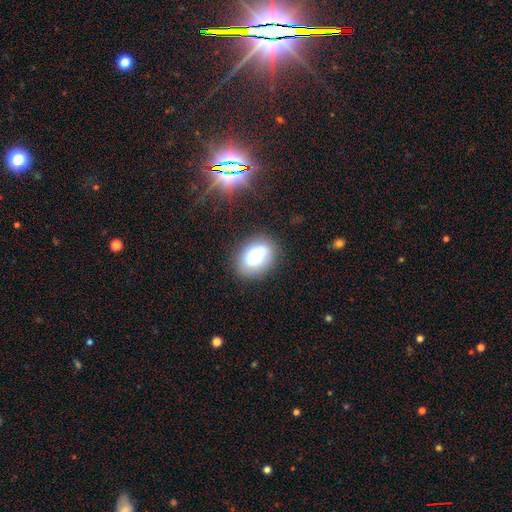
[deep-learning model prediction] Overall: smooth (69%). How rounded: in between (77%). Merging: none (61%).